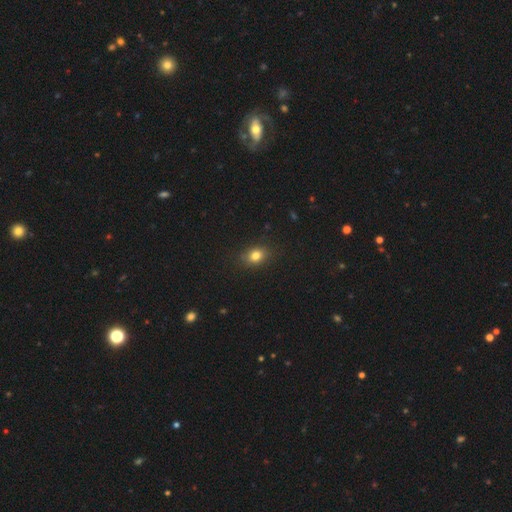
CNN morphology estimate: Smooth or featured? smooth (81%)
How rounded? in between (63%)
Merging? none (85%)